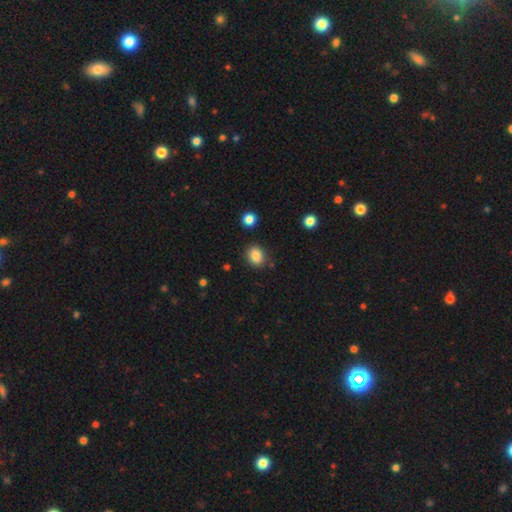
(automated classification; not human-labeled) Smooth or featured: smooth — 85% (star or artifact — 10%)
How rounded: round — 53% (in between — 46%)
Merging: none — 83% (minor disturbance — 11%)